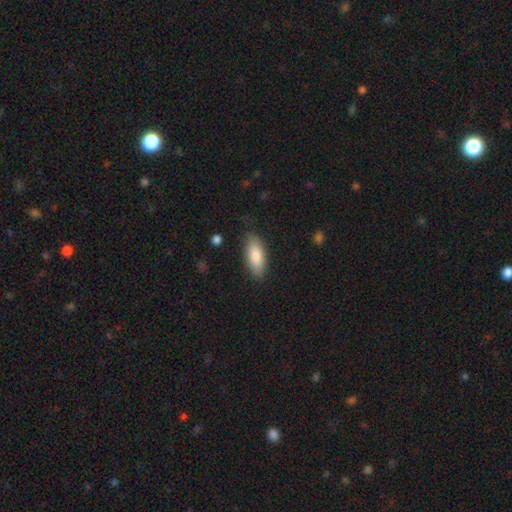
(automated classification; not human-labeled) This appears to be a smooth galaxy with no disk features (84%) that is in between round and cigar-shaped (79%). Merging: none (84%).